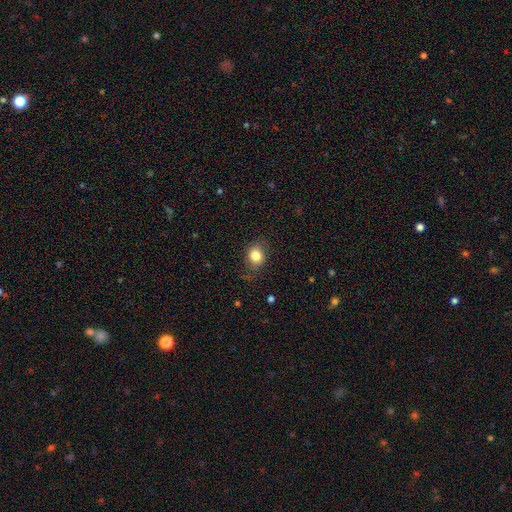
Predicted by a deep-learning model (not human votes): This appears to be a smooth galaxy with no disk features (81%) that is round (59%). Merging: none (72%).